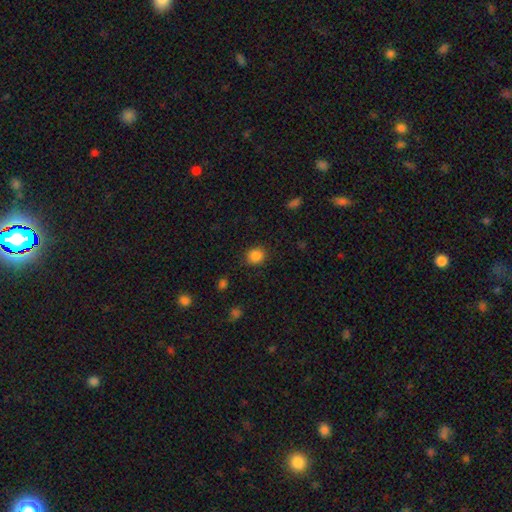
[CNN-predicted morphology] type=smooth (86%); roundness=round (77%); merging=none (88%).